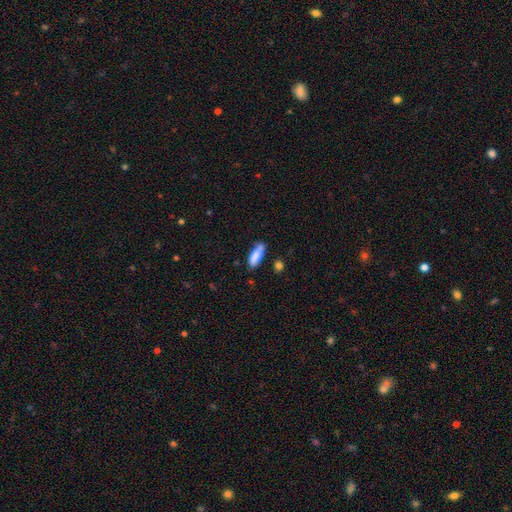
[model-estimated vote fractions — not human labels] This is likely a smooth galaxy (79%). How rounded: likely in between (66%). Merging: possibly none (56%).